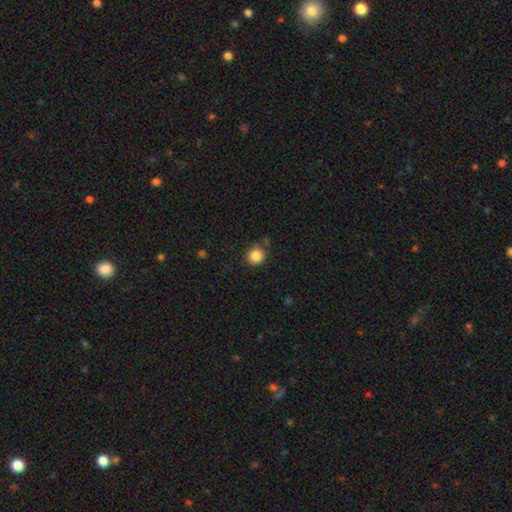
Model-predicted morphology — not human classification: smooth 85%, star or artifact 10%, featured or disk 4%. Down the decision tree: how rounded — round (92%); merging — none (82%).